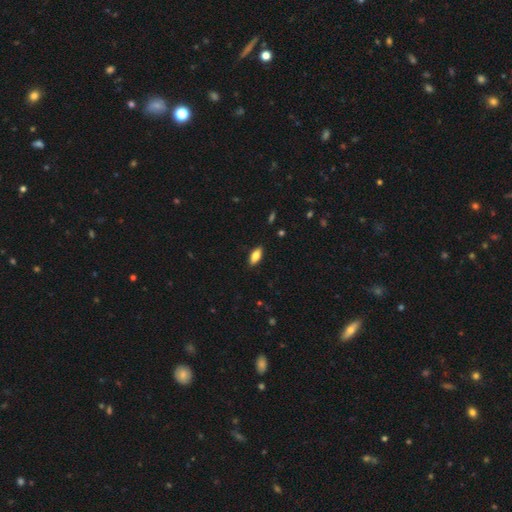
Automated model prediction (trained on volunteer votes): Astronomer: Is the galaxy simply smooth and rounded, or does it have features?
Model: smooth — 79%.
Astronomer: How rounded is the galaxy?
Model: in between — 84%.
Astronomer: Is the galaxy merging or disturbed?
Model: none — 88%.